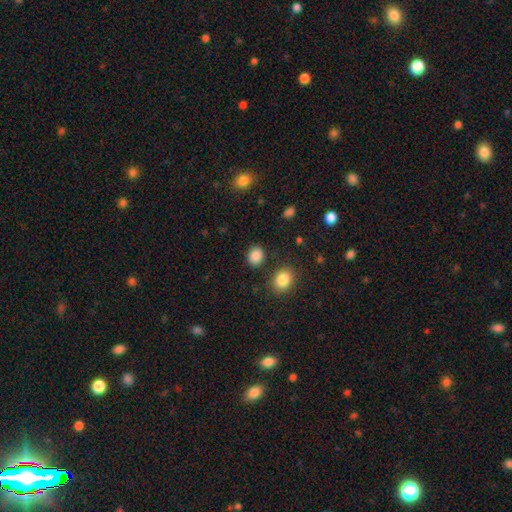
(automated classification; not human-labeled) The model was most divided on "how rounded": round: 57%, in between: 42%, cigar-shaped: 1%. More confident: smooth or featured — smooth (87%); merging — none (85%).